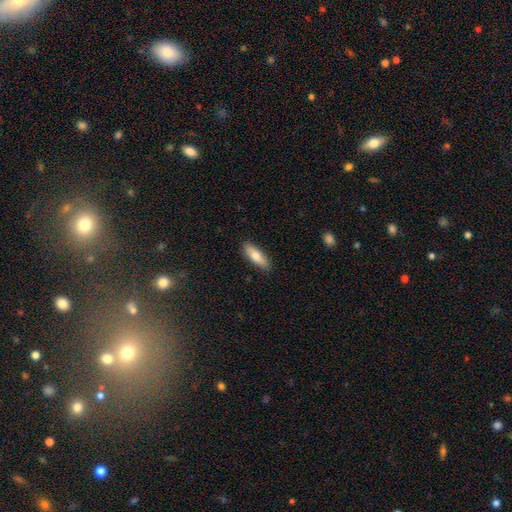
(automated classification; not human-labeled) Q: Smooth or featured?
A: smooth (73%); runner-up: featured or disk (22%)
Q: How rounded?
A: in between (52%); runner-up: cigar-shaped (46%)
Q: Merging?
A: none (88%); runner-up: minor disturbance (9%)